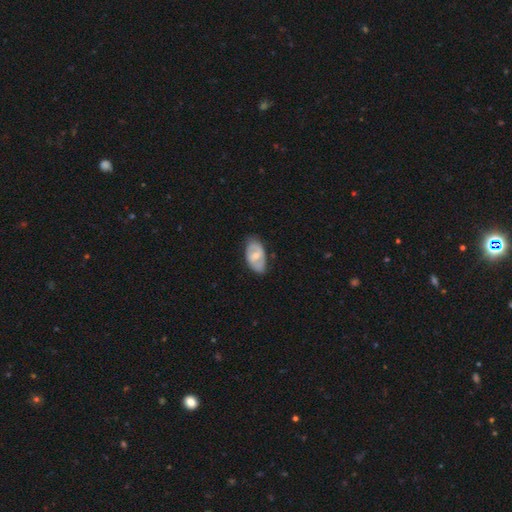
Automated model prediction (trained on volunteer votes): The model was most divided on "bulge size": moderate: 53%, small: 41%, none: 3%, large: 2%, dominant: 1%. Remaining: edge-on disk — no (94%); merging — none (76%); spiral arms — yes (58%); smooth or featured — featured or disk (54%); bar — weak (47%).